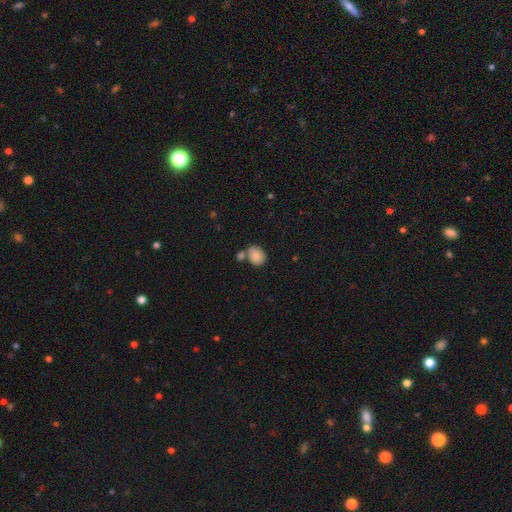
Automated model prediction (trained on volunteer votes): A smooth galaxy with no disk features (85%) that is round (53%). Merging: none (51%).